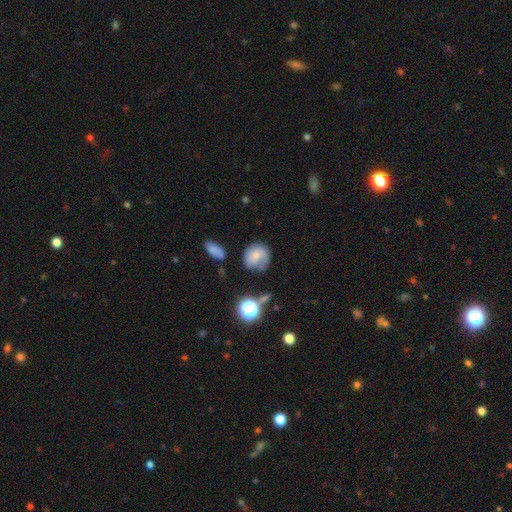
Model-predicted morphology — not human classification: Q: Smooth or featured?
A: smooth (67%); runner-up: featured or disk (22%)
Q: How rounded?
A: round (77%); runner-up: in between (22%)
Q: Merging?
A: none (57%); runner-up: minor disturbance (28%)